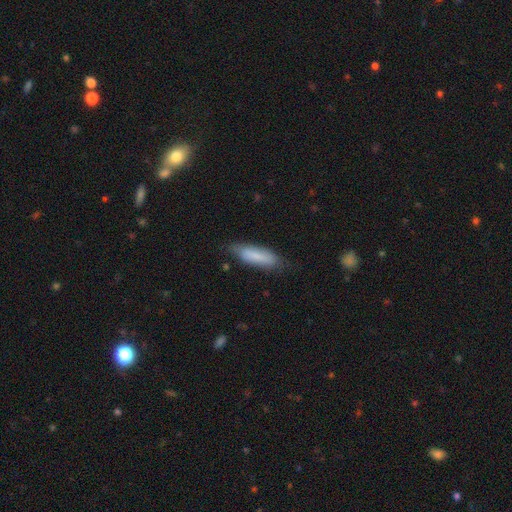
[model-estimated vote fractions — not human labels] Smooth or featured? smooth (80%)
How rounded? cigar-shaped (56%)
Merging? none (71%)